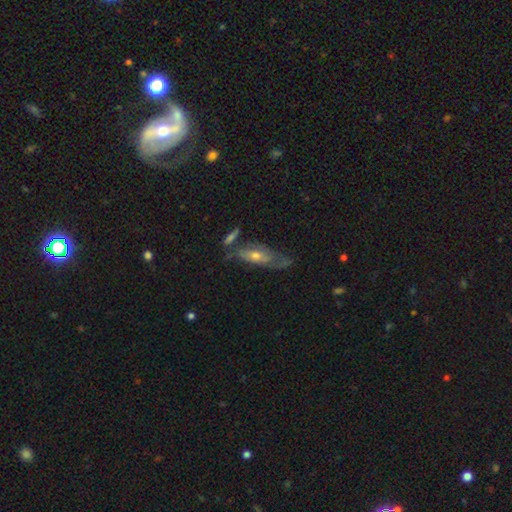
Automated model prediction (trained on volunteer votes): This appears to be a featured or disk galaxy (58%). Merging: none (49%).